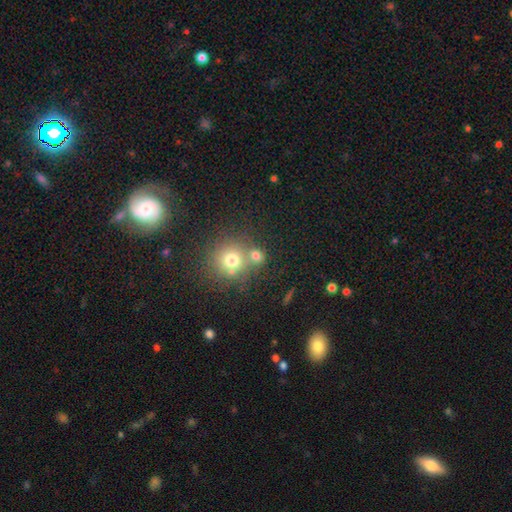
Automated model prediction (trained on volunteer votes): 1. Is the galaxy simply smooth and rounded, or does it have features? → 73% smooth, 16% star or artifact, 12% featured or disk.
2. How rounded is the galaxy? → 81% round, 18% in between, 1% cigar-shaped.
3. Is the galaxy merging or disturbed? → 48% none, 40% merger, 8% minor disturbance, 4% major disturbance.